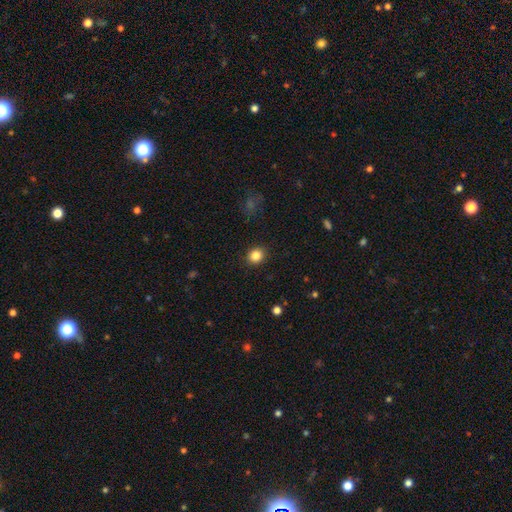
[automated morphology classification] This is clearly a smooth galaxy (84%). How rounded: likely round (74%). Merging: clearly none (90%).